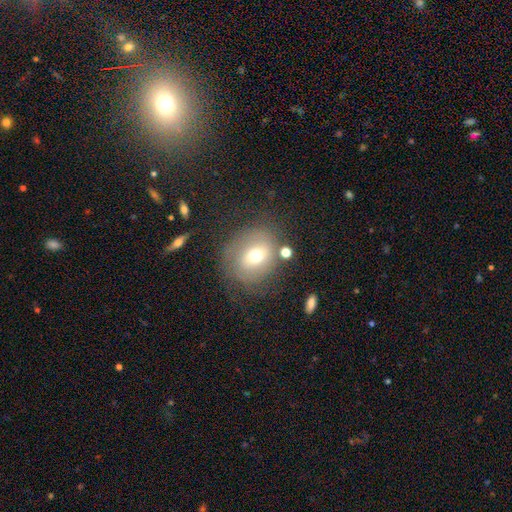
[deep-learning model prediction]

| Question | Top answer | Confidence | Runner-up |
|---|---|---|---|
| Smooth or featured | smooth | 55% | featured or disk (33%) |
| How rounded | round | 71% | in between (28%) |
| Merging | none | 64% | minor disturbance (19%) |